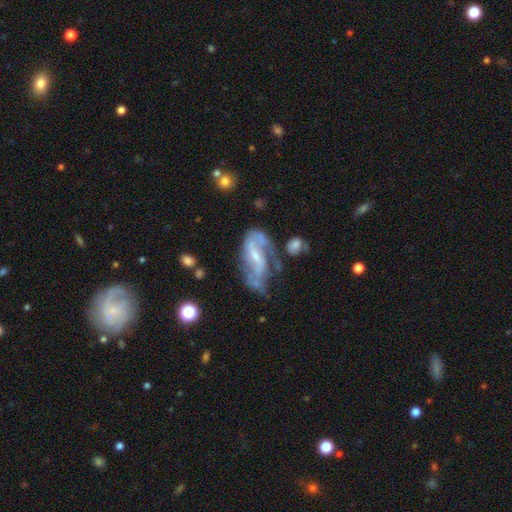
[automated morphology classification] The model was most divided on "spiral winding": medium: 43%, loose: 37%, tight: 20%. Remaining: edge-on disk — no (94%); spiral arms — yes (88%); smooth or featured — featured or disk (81%); spiral arm count — 2 (74%); bulge size — small (61%); bar — weak (43%); merging — none (43%).